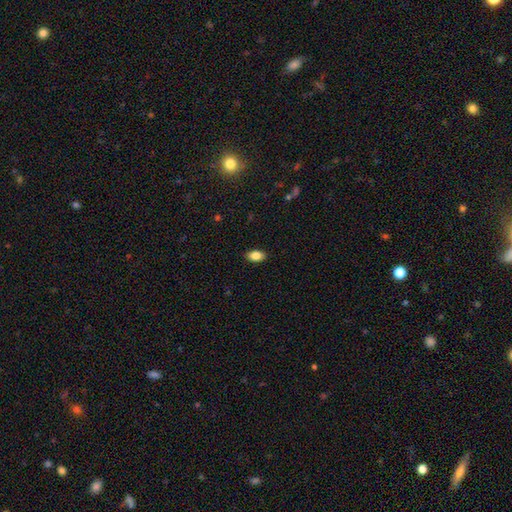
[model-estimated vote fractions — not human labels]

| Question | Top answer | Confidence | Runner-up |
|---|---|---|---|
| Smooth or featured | smooth | 85% | star or artifact (8%) |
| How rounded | in between | 90% | round (8%) |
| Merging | none | 88% | minor disturbance (9%) |